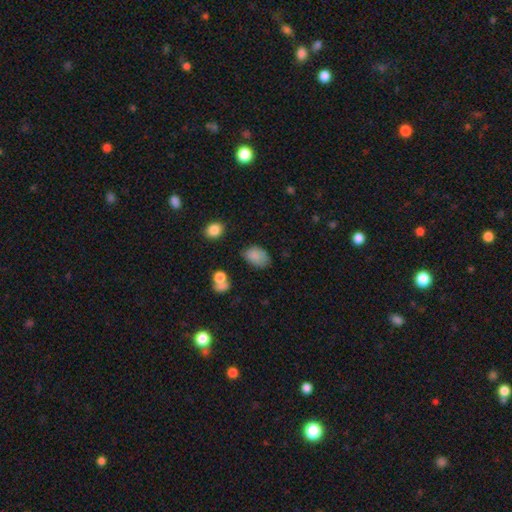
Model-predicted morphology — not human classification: This is clearly a smooth galaxy (82%). How rounded: clearly in between (85%). Merging: likely none (62%).